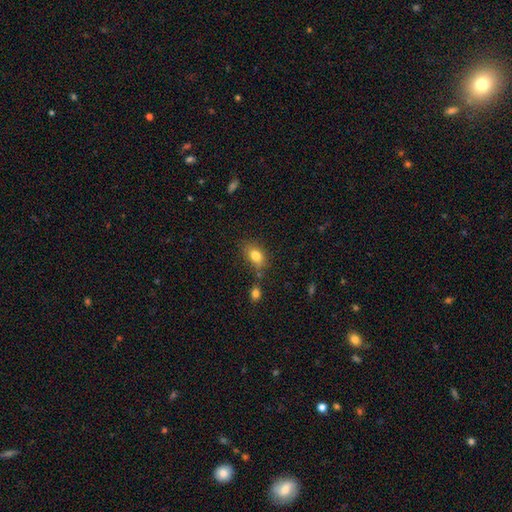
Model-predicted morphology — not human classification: Smooth or featured: smooth — 81% (star or artifact — 10%)
How rounded: in between — 77% (round — 21%)
Merging: none — 66% (minor disturbance — 19%)